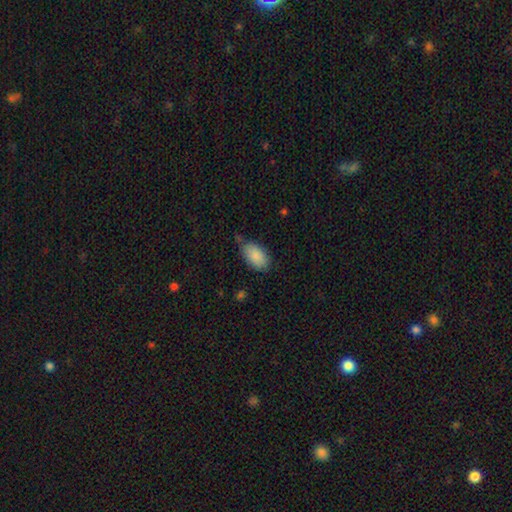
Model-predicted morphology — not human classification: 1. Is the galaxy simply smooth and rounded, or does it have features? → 88% smooth, 6% star or artifact, 6% featured or disk.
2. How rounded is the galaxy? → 94% in between, 4% round, 2% cigar-shaped.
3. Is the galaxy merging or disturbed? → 62% none, 27% minor disturbance, 6% major disturbance, 5% merger.